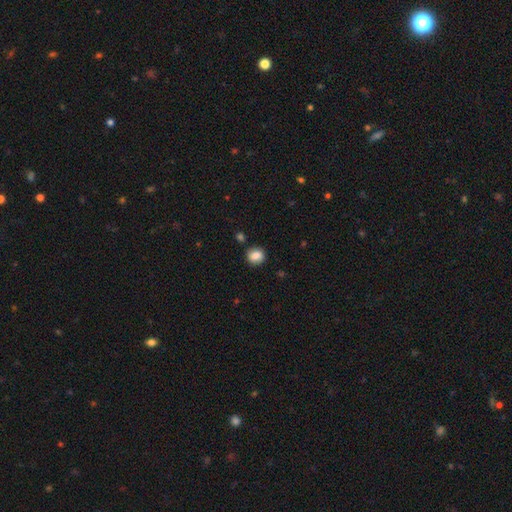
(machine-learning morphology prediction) A smooth galaxy with no disk features (83%) that is round (70%).

Vote fractions:
- Smooth or featured? smooth: 83% / star or artifact: 9% / featured or disk: 8%
- How rounded? round: 70% / in between: 28% / cigar-shaped: 1%
- Merging? none: 81% / minor disturbance: 12% / merger: 4% / major disturbance: 3%